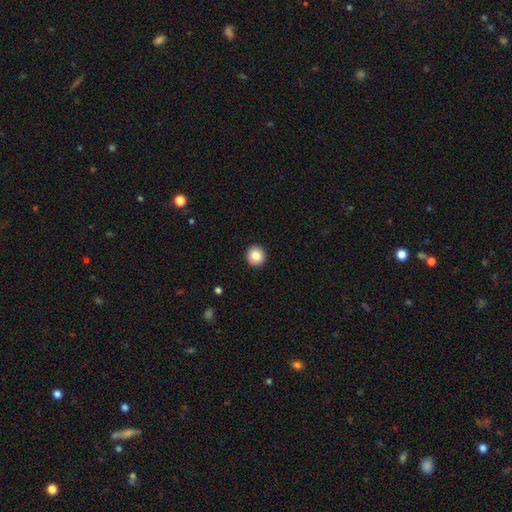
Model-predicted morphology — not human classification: Smooth or featured? smooth (85%)
How rounded? round (93%)
Merging? none (93%)